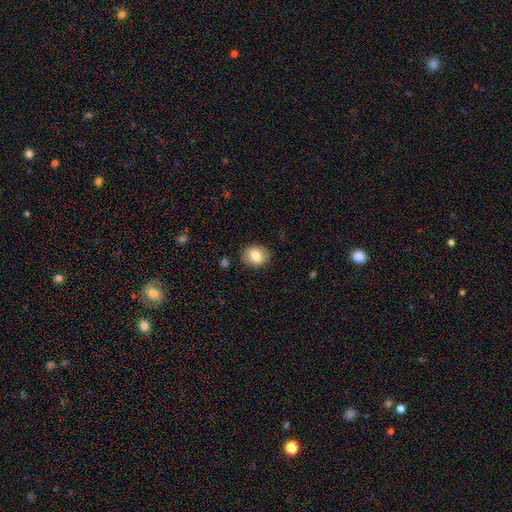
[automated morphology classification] Smooth or featured?
  - smooth: 78% *
  - featured or disk: 14%
  - star or artifact: 8%
How rounded?
  - round: 54% *
  - in between: 45%
  - cigar-shaped: 1%
Merging?
  - none: 86% *
  - minor disturbance: 10%
  - major disturbance: 3%
  - merger: 1%